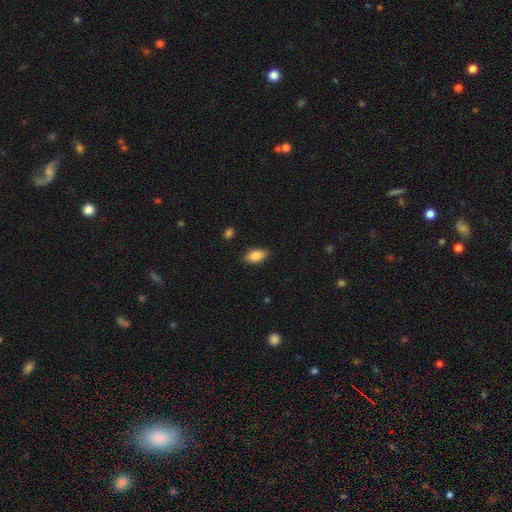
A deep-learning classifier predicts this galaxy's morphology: Smooth or featured? smooth (85%)
How rounded? in between (90%)
Merging? none (85%)